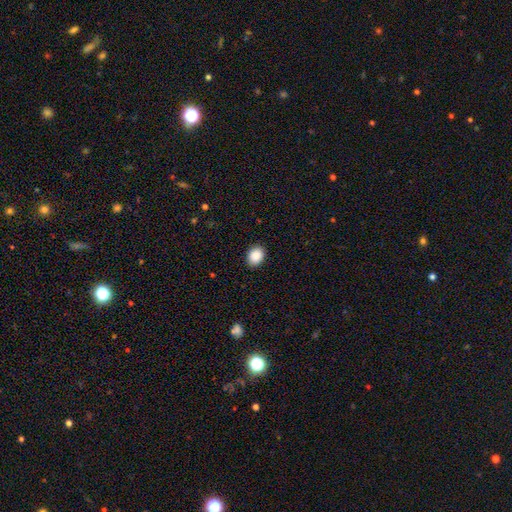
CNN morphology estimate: Smooth or featured?
  - smooth: 89% *
  - star or artifact: 8%
  - featured or disk: 3%
How rounded?
  - in between: 53% *
  - round: 46%
  - cigar-shaped: 1%
Merging?
  - none: 90% *
  - minor disturbance: 7%
  - major disturbance: 2%
  - merger: 1%